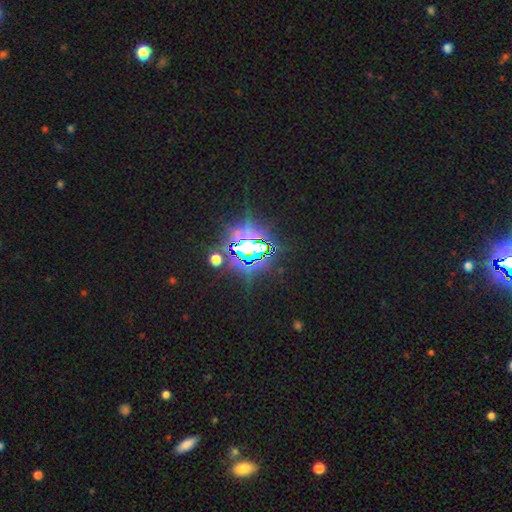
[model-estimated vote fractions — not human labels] Smooth or featured? Predicted: star or artifact (p=0.78).